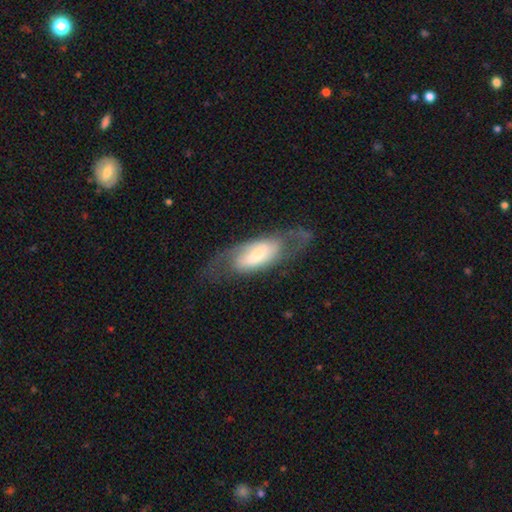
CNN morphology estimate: Smooth or featured? featured or disk (63%)
Edge-on disk? no (84%)
Bar? weak (36%)
Spiral arms? yes (80%)
Bulge size? small (38%)
Merging? none (62%)